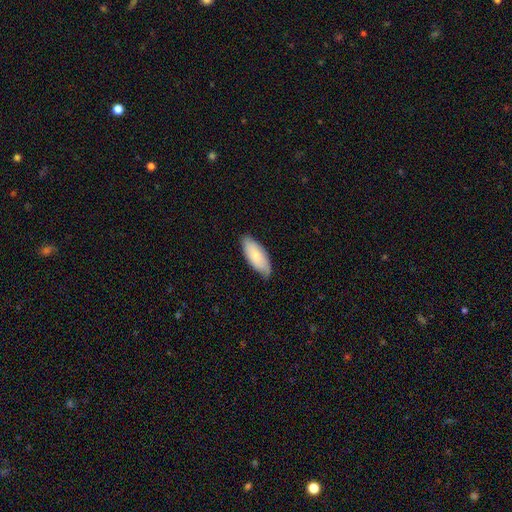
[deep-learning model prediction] Morphology: type=smooth (75%); roundness=in between (82%); merging=none (77%).